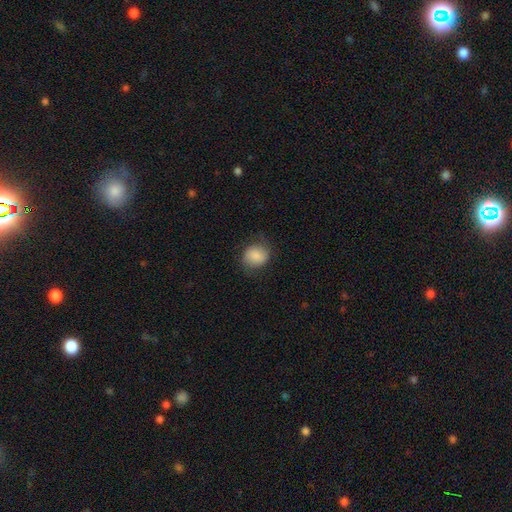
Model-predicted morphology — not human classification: This is clearly a smooth galaxy (81%). How rounded: likely round (71%). Merging: likely none (75%).